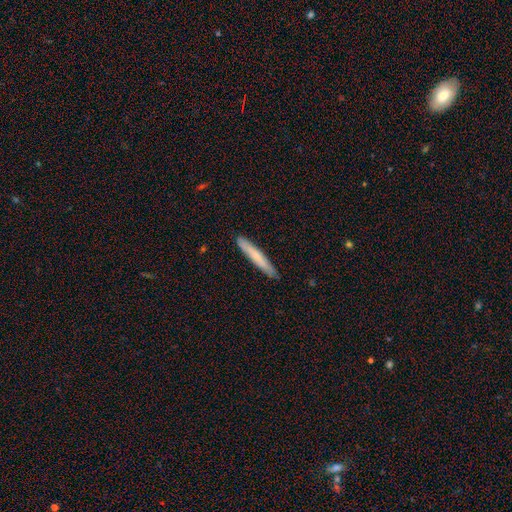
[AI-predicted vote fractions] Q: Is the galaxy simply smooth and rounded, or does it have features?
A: smooth — 69%.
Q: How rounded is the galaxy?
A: cigar-shaped — 95%.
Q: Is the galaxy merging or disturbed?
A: none — 90%.